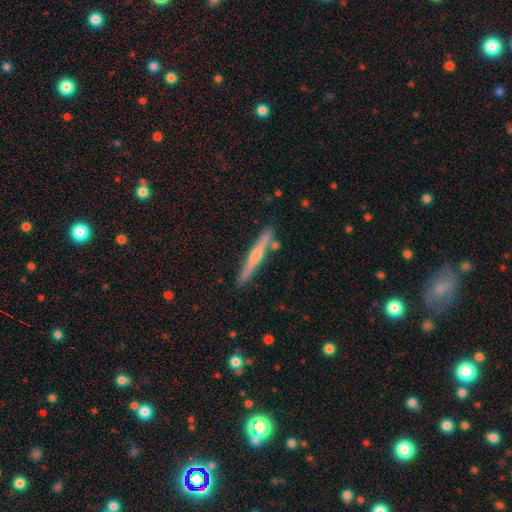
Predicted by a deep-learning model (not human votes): Smooth or featured?
  - featured or disk: 66% *
  - smooth: 27%
  - star or artifact: 7%
Edge-on disk?
  - yes: 97% *
  - no: 3%
Edge-on bulge?
  - rounded: 77% *
  - none: 18%
  - boxy: 5%
Merging?
  - none: 86% *
  - minor disturbance: 9%
  - merger: 3%
  - major disturbance: 2%